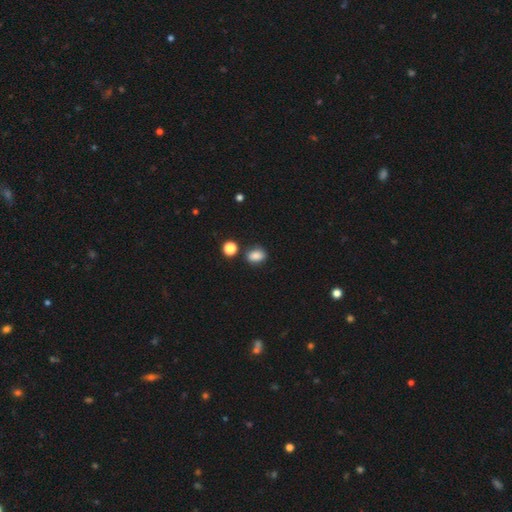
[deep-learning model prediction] Overall: smooth (84%). How rounded: in between (65%; round 33%). Merging: none (79%).